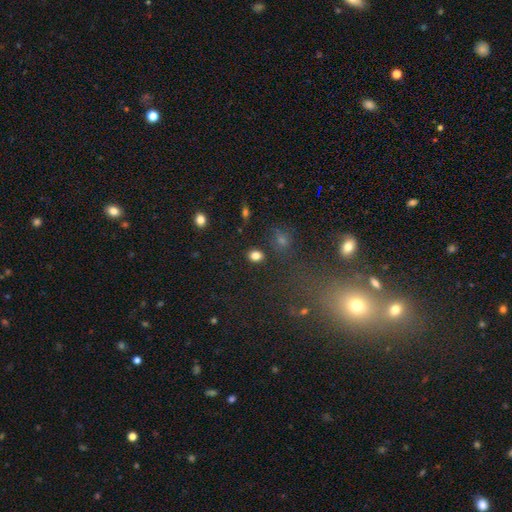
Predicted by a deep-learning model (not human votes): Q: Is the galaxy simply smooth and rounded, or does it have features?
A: smooth — 82%.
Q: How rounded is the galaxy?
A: round — 53%.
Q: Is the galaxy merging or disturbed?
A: none — 85%.